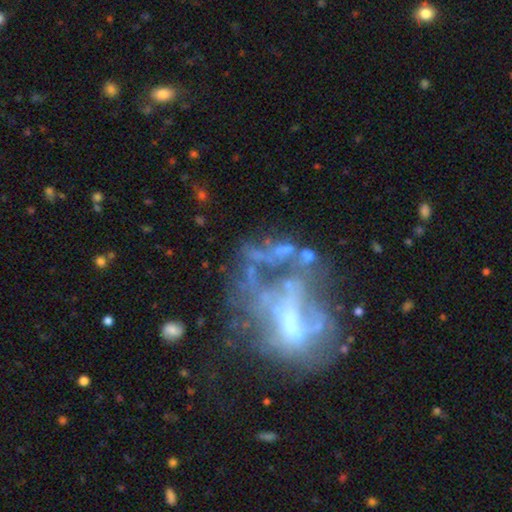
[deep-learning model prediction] A featured or disk galaxy (58%) with no bar (78%), no spiral arms (76%) and no central bulge (59%). Merging: major disturbance (32%).